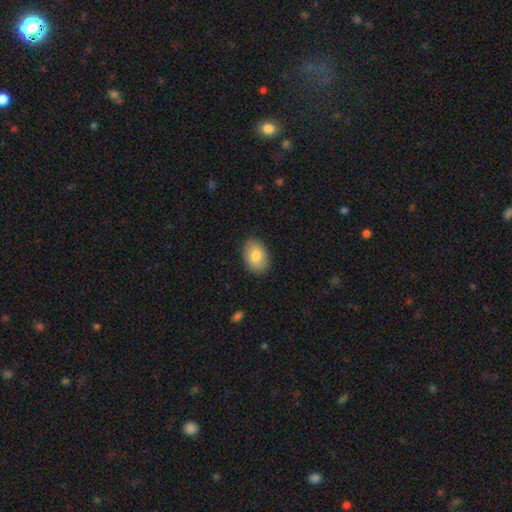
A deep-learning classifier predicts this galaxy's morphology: Smooth or featured? Predicted: smooth (p=0.83). How rounded? Predicted: in between (p=0.85). Merging? Predicted: none (p=0.87).